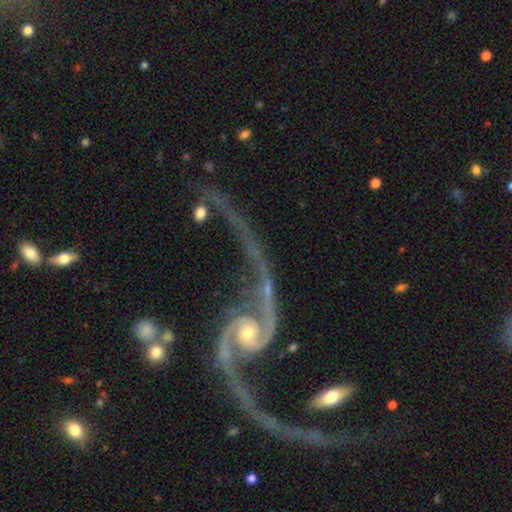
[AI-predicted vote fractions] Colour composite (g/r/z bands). It shows a featured or disk galaxy (92%) with no bar (58%), 2 (94%) loose (75%) spiral arms (97%) and a small central bulge (58%). Merging: none (49%).